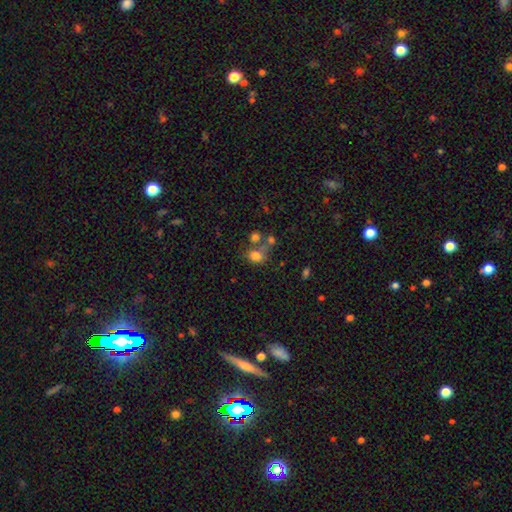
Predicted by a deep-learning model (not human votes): Smooth or featured? smooth (75%)
How rounded? round (52%)
Merging? none (44%)